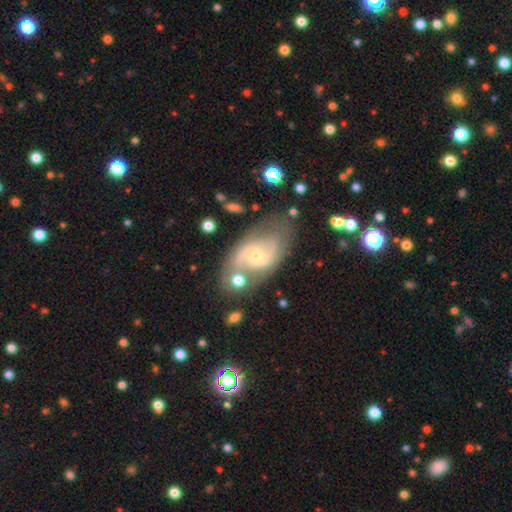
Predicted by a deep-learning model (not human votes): featured or disk 77%, smooth 16%, star or artifact 7%. Down the decision tree: edge-on disk — no (95%); bar — no (66%); spiral arms — yes (85%); spiral arm count — 2 (74%); spiral winding — medium (46%); bulge size — small (59%); merging — none (59%).